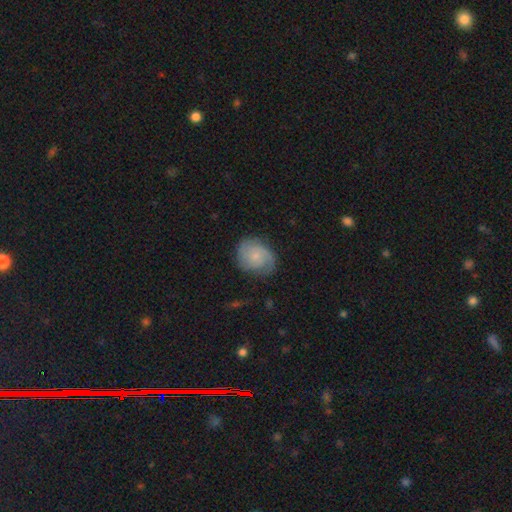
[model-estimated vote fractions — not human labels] This is possibly a featured or disk galaxy (57%). It is clearly not viewed edge-on (98%). Bar: likely no (76%). Spiral arm pattern: clearly yes (89%). Central bulge: likely small (70%). Merging: likely none (67%).